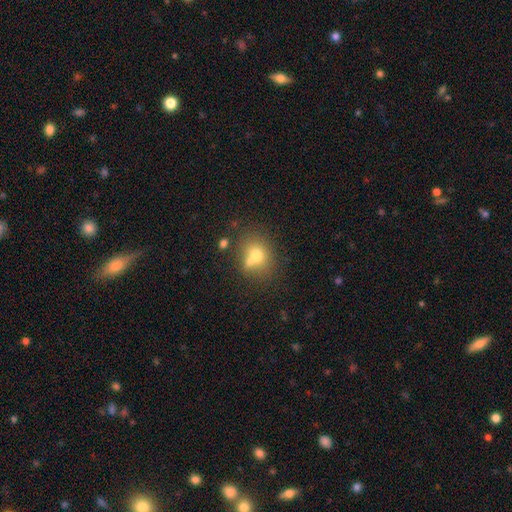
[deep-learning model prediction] This is likely a smooth galaxy (67%). How rounded: likely round (66%). Merging: possibly none (47%).